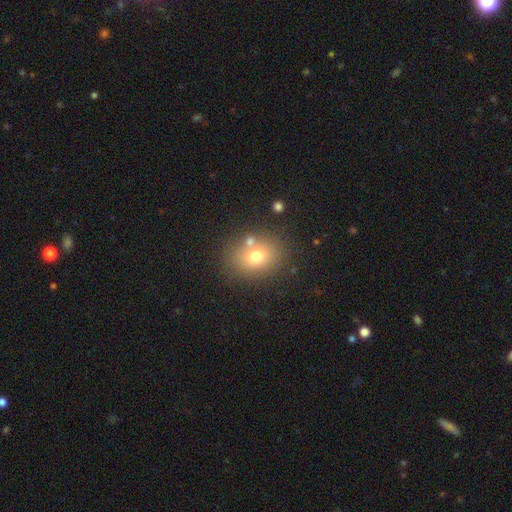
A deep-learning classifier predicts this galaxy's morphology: This appears to be a smooth galaxy with no disk features (71%) that is round (57%). Merging: none (70%).